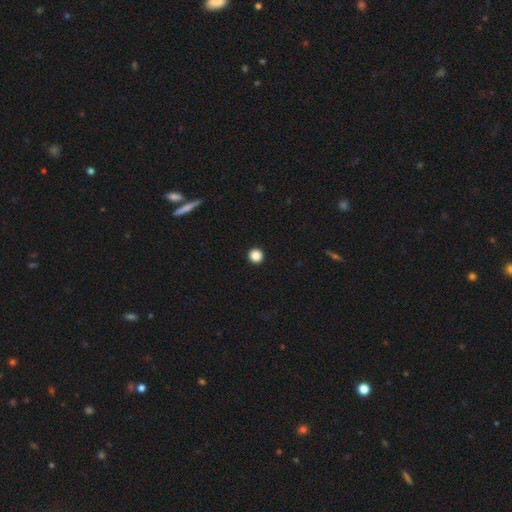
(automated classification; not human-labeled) Smooth or featured? smooth (87%)
How rounded? round (96%)
Merging? none (94%)